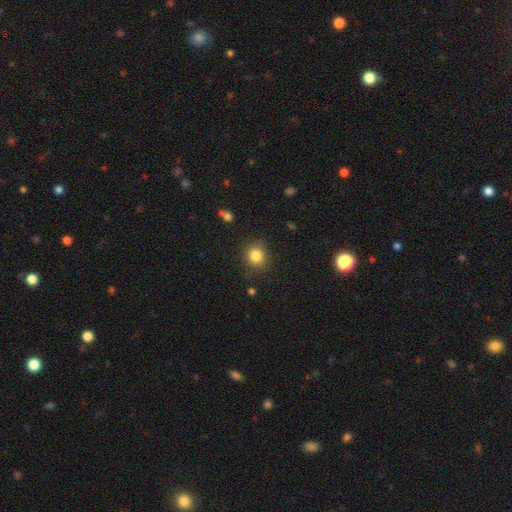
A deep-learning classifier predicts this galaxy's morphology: Smooth or featured?
  - smooth: 83% *
  - star or artifact: 11%
  - featured or disk: 6%
How rounded?
  - round: 83% *
  - in between: 16%
  - cigar-shaped: 1%
Merging?
  - none: 83% *
  - minor disturbance: 12%
  - major disturbance: 3%
  - merger: 2%